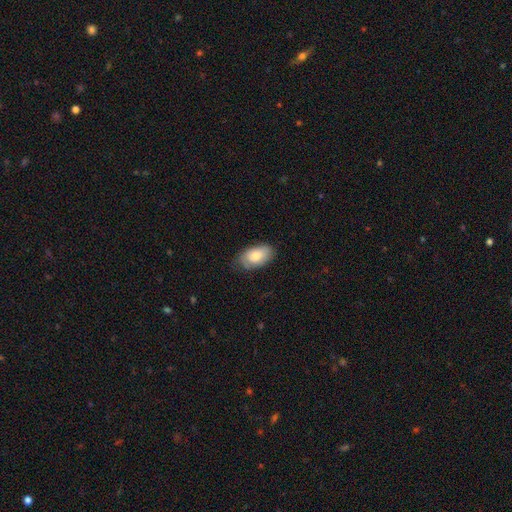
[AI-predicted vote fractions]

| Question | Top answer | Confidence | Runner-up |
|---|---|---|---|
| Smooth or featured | smooth | 76% | featured or disk (18%) |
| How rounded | in between | 94% | round (4%) |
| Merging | none | 74% | minor disturbance (21%) |